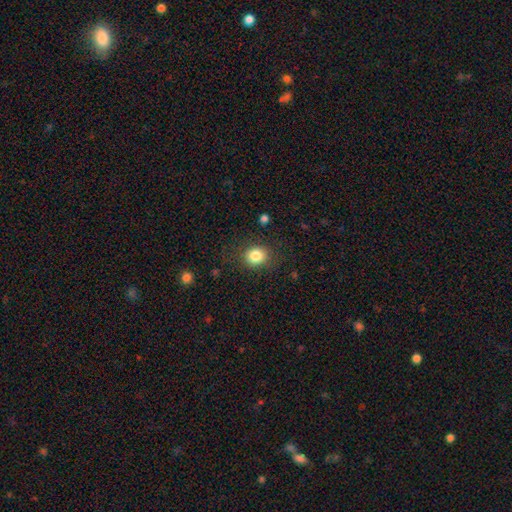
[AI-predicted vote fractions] This is clearly a smooth galaxy (83%). How rounded: likely round (70%). Merging: clearly none (84%).